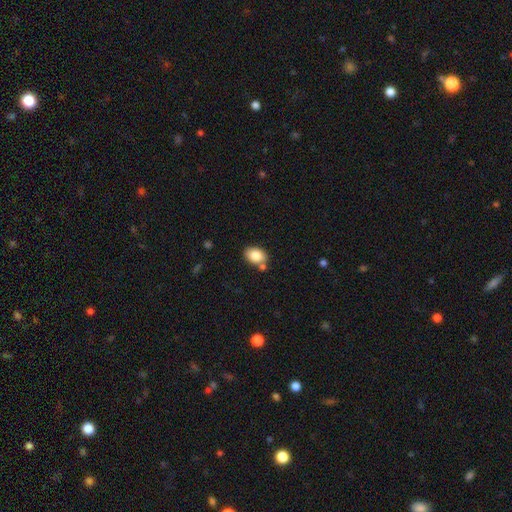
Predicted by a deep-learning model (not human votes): Smooth or featured?
  - smooth: 83% *
  - featured or disk: 9%
  - star or artifact: 8%
How rounded?
  - in between: 79% *
  - round: 20%
  - cigar-shaped: 1%
Merging?
  - none: 71% *
  - minor disturbance: 13%
  - merger: 13%
  - major disturbance: 3%